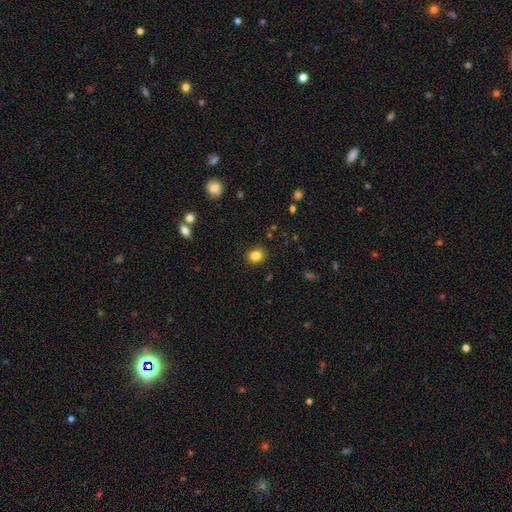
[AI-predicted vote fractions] The model was most divided on "how rounded": round: 64%, in between: 35%, cigar-shaped: 1%. More confident: merging — none (89%); smooth or featured — smooth (84%).